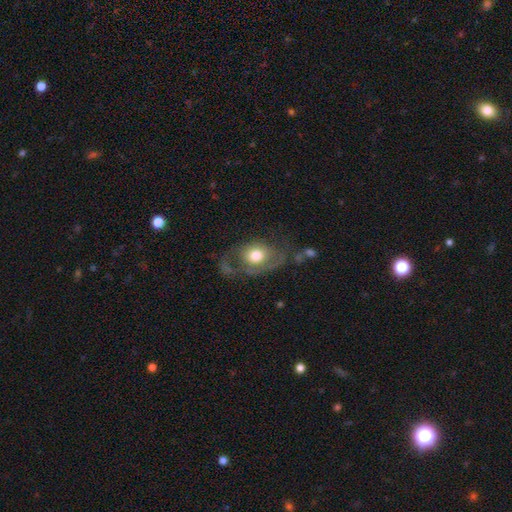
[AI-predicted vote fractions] Smooth or featured? featured or disk (47%)
Merging? none (39%)